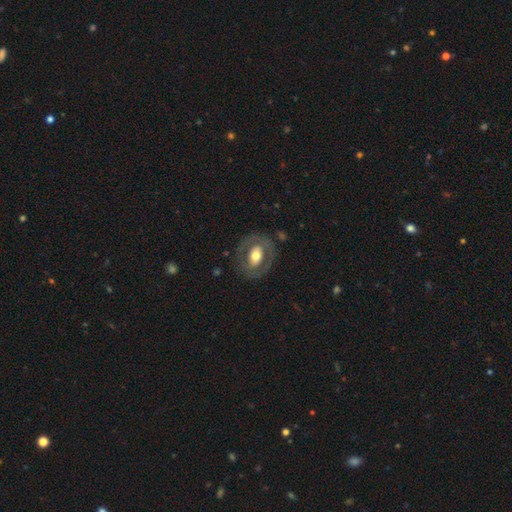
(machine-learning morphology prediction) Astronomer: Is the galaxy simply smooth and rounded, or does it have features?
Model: featured or disk — 57% (runner-up: smooth, 38%).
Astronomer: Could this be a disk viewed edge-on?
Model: no — 94%.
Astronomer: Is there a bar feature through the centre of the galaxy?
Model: no — 59%.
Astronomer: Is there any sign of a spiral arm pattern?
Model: no — 71%.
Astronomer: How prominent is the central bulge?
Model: moderate — 61%.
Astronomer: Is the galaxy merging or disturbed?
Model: none — 76%.